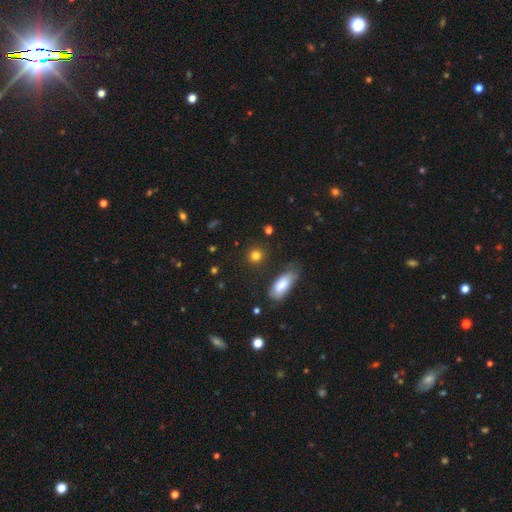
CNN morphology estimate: This is clearly a smooth galaxy (82%). How rounded: clearly round (80%). Merging: clearly none (83%).